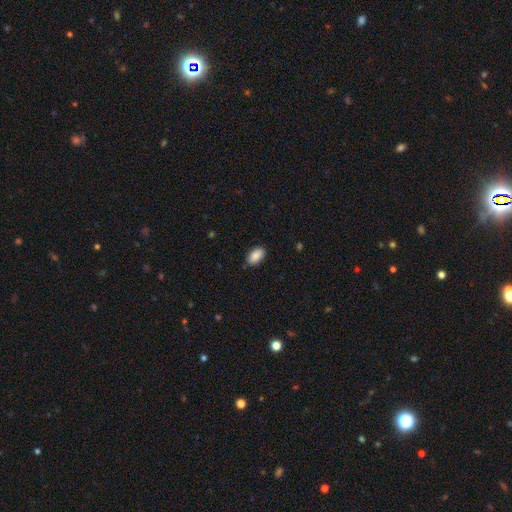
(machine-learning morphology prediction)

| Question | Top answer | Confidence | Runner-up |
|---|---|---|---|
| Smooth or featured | smooth | 87% | star or artifact (7%) |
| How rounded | in between | 94% | round (4%) |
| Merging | none | 86% | minor disturbance (11%) |